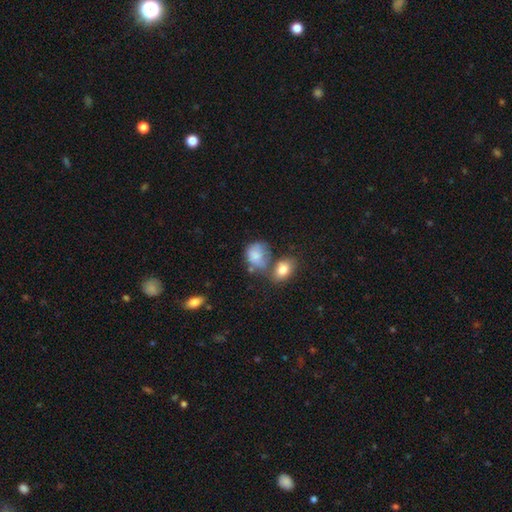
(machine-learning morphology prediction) A smooth galaxy with no disk features (77%) that is in between round and cigar-shaped (55%). Merging: merger (35%).